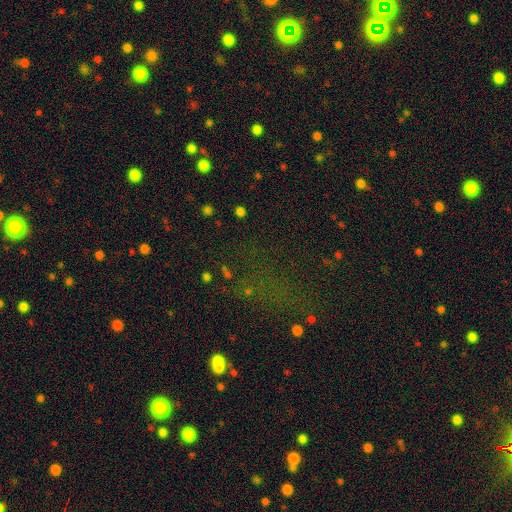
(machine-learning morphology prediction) Smooth or featured?
  - star or artifact: 57% *
  - smooth: 29%
  - featured or disk: 14%